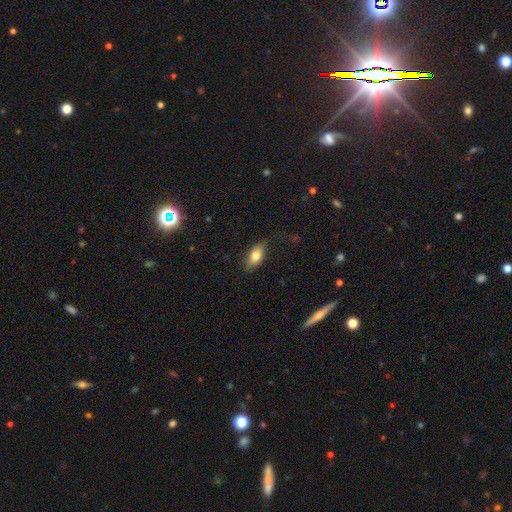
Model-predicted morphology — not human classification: Smooth or featured? smooth (76%)
How rounded? in between (88%)
Merging? none (69%)